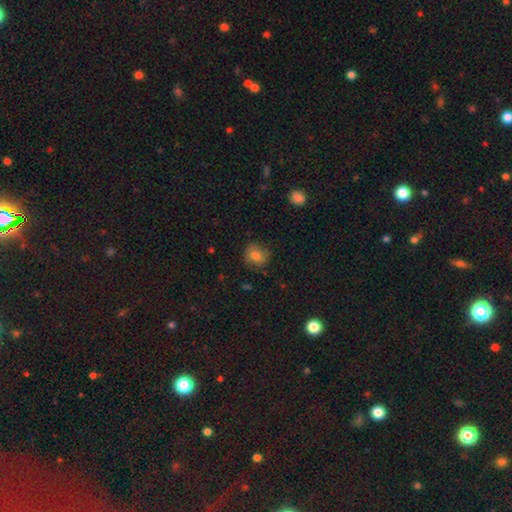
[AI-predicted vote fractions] Smooth or featured? Predicted: smooth (p=0.78). How rounded? Predicted: round (p=0.69). Merging? Predicted: none (p=0.78).